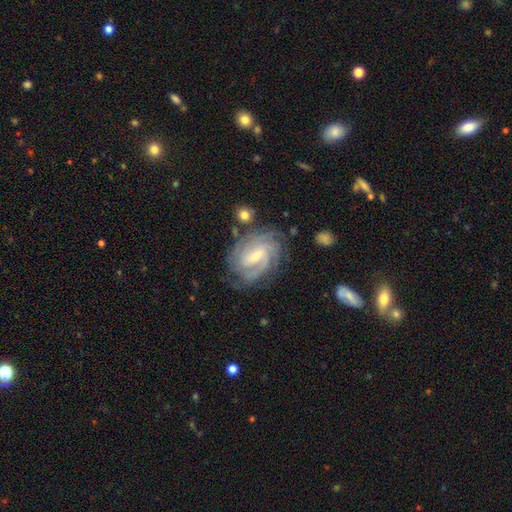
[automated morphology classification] This appears to be a featured or disk galaxy (88%) with a weak bar (50%), 3 (27%) tight (66%) spiral arms (98%) and a small central bulge (61%). Merging: none (74%).